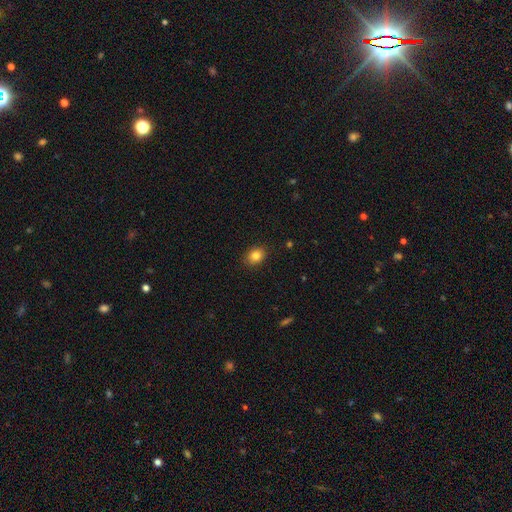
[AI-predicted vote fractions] Smooth or featured? smooth (83%)
How rounded? round (52%)
Merging? none (89%)